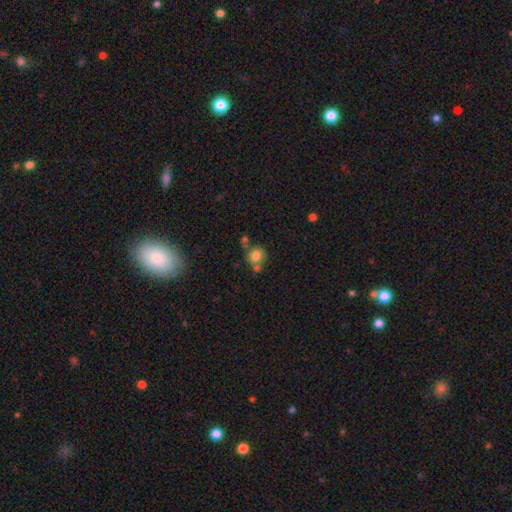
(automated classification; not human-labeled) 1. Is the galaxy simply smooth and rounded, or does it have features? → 79% smooth, 11% star or artifact, 9% featured or disk.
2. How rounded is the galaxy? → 77% round, 22% in between, 1% cigar-shaped.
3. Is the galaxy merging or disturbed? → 55% none, 25% merger, 14% minor disturbance, 5% major disturbance.